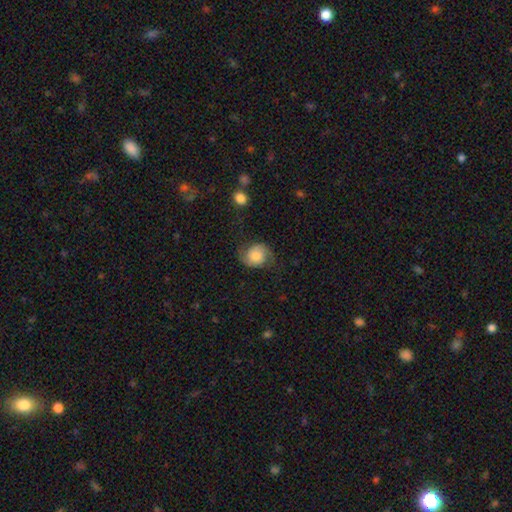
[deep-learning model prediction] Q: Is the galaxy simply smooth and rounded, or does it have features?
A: featured or disk — 51%.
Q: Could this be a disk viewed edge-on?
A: no — 97%.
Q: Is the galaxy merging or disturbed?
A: none — 66%.